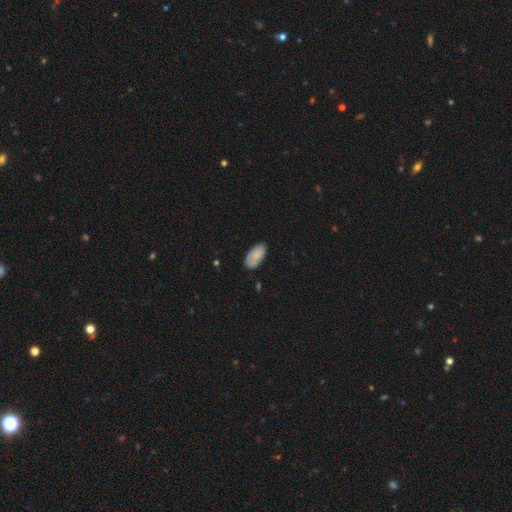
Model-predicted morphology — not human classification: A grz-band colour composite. It shows a smooth galaxy with no disk features (80%) that is in between round and cigar-shaped (94%). Merging: none (76%).